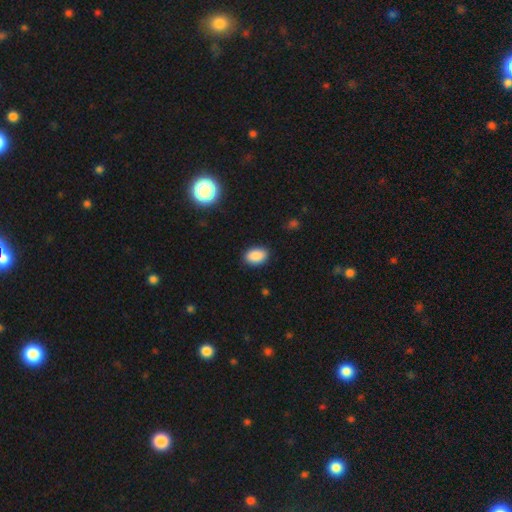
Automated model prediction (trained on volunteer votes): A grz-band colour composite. It shows a smooth galaxy with no disk features (89%) that is in between round and cigar-shaped (85%). Merging: none (87%).